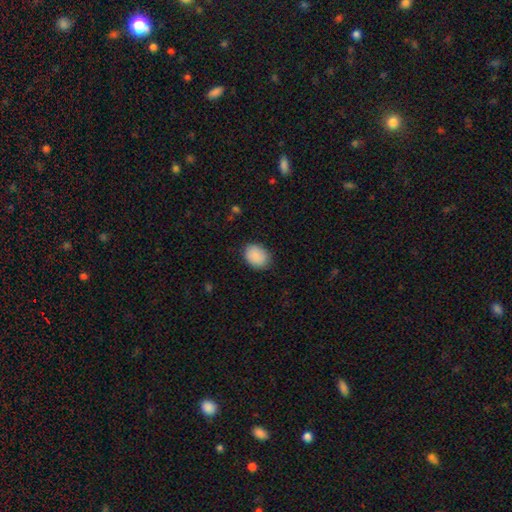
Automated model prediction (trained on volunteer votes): Smooth or featured? smooth (90%)
How rounded? in between (60%)
Merging? none (84%)